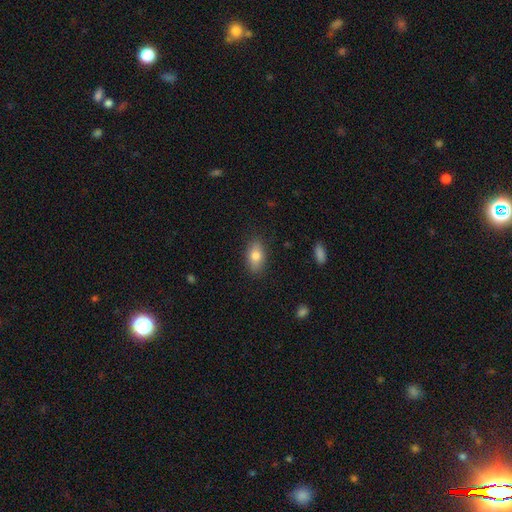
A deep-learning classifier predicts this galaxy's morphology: This is likely a smooth galaxy (78%). How rounded: clearly in between (87%). Merging: clearly none (86%).